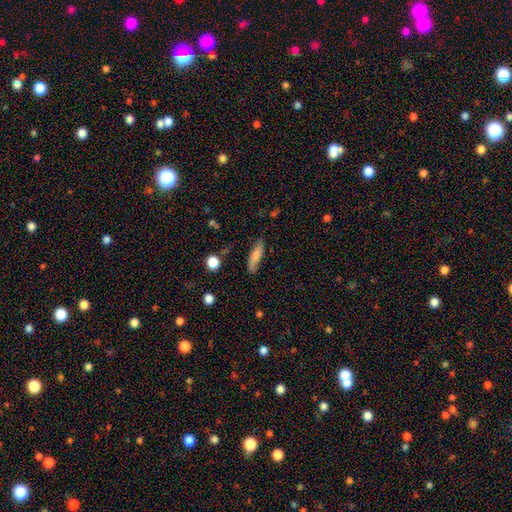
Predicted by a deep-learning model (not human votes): A smooth galaxy with no disk features (70%) that is cigar-shaped (61%).

Vote fractions:
- Smooth or featured? smooth: 70% / featured or disk: 23% / star or artifact: 7%
- How rounded? cigar-shaped: 61% / in between: 37% / round: 3%
- Merging? none: 74% / minor disturbance: 19% / major disturbance: 4% / merger: 2%